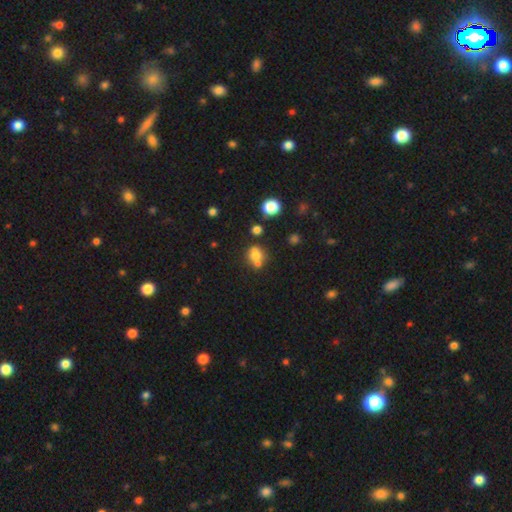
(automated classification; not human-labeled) This is likely a smooth galaxy (70%). How rounded: likely round (72%). Merging: possibly none (46%).